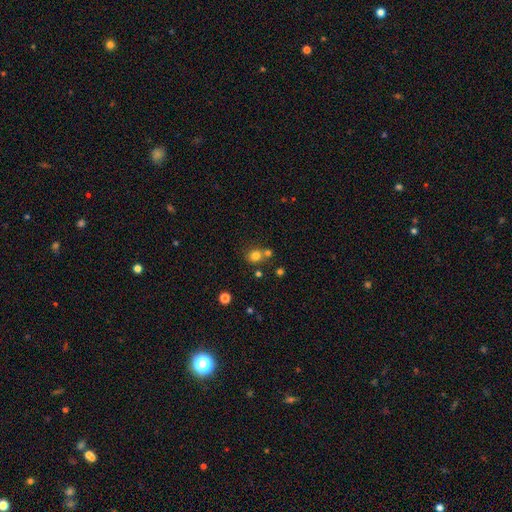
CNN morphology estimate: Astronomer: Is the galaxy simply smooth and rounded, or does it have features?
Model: smooth — 77%.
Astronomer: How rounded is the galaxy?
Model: round — 80%.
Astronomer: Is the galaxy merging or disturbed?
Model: none — 59%.